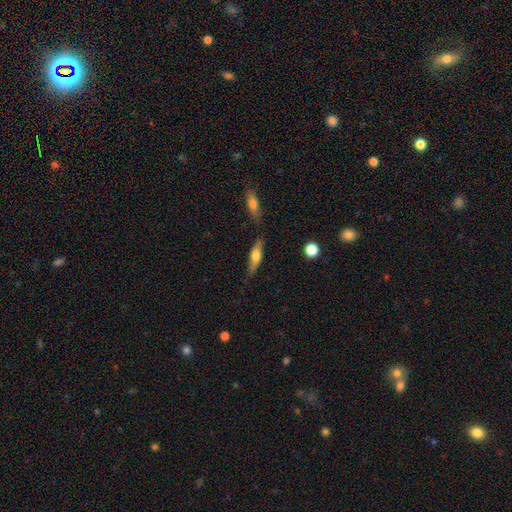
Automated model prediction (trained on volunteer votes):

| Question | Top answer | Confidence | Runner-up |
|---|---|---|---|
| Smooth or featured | smooth | 54% | featured or disk (39%) |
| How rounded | cigar-shaped | 58% | in between (38%) |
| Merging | none | 73% | minor disturbance (17%) |